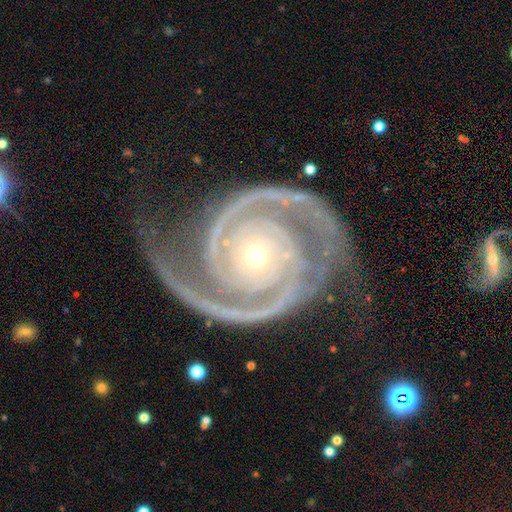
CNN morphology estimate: Smooth or featured? Predicted: featured or disk (p=0.94). Edge-on disk? Predicted: no (p=0.98). Bar? Predicted: no (p=0.76). Spiral arms? Predicted: yes (p=0.99). Spiral winding? Predicted: tight (p=0.71). Spiral arm count? Predicted: 2 (p=0.87). Bulge size? Predicted: small (p=0.77). Merging? Predicted: none (p=0.69).